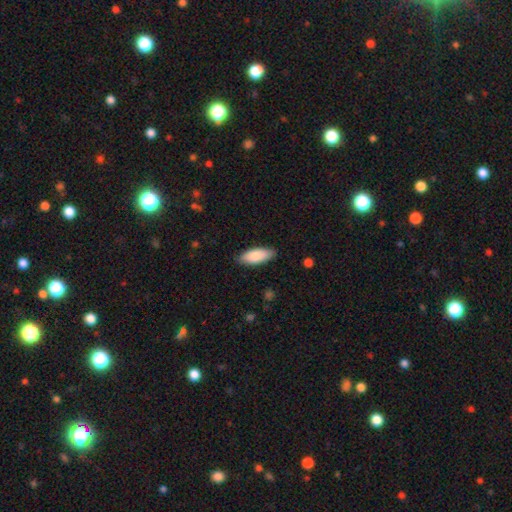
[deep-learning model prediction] smooth-or-featured: smooth: 85% | featured or disk: 10% | star or artifact: 6%
  how-rounded: in between: 81% | cigar-shaped: 17% | round: 2%
  merging: none: 86% | minor disturbance: 11% | major disturbance: 2% | merger: 1%